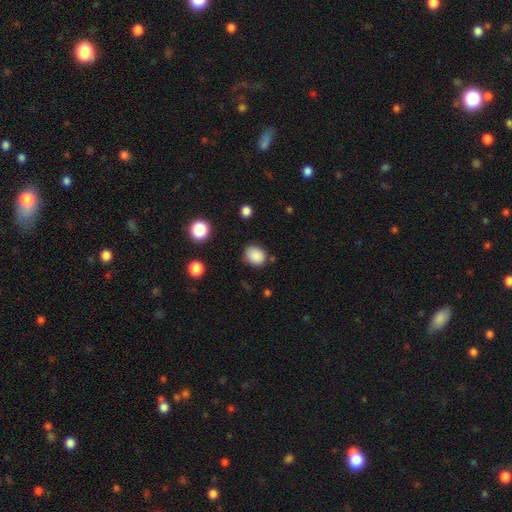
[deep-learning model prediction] Morphology: type=smooth (87%); roundness=round (64%); merging=none (77%).